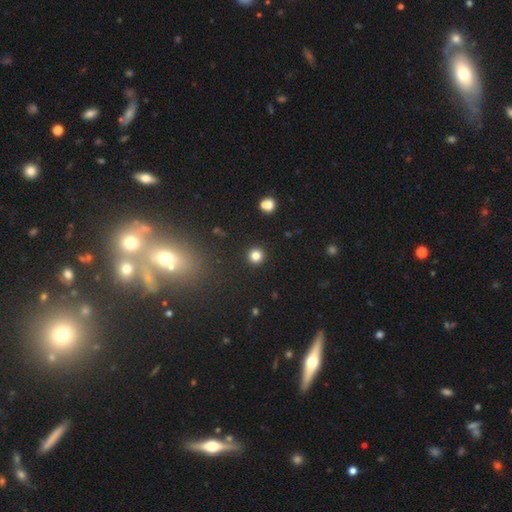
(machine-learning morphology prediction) Smooth or featured?
  - smooth: 82% *
  - star or artifact: 13%
  - featured or disk: 5%
How rounded?
  - round: 94% *
  - in between: 5%
  - cigar-shaped: 1%
Merging?
  - none: 92% *
  - minor disturbance: 4%
  - major disturbance: 2%
  - merger: 1%